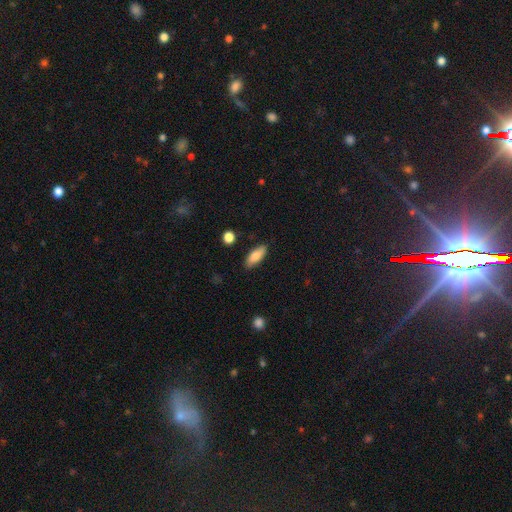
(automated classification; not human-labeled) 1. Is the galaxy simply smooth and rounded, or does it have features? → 83% smooth, 10% featured or disk, 6% star or artifact.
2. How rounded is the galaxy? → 72% in between, 26% cigar-shaped, 2% round.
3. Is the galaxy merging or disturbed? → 86% none, 10% minor disturbance, 2% major disturbance, 2% merger.